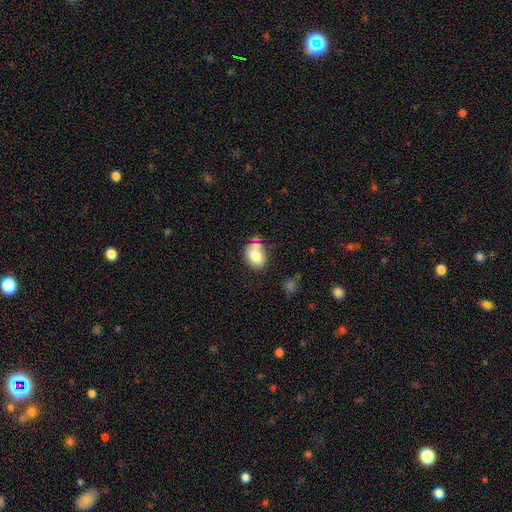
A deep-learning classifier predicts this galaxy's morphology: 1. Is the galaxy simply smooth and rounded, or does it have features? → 77% smooth, 13% featured or disk, 9% star or artifact.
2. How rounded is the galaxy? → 68% in between, 31% round, 1% cigar-shaped.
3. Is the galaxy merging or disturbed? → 60% none, 23% minor disturbance, 11% merger, 6% major disturbance.